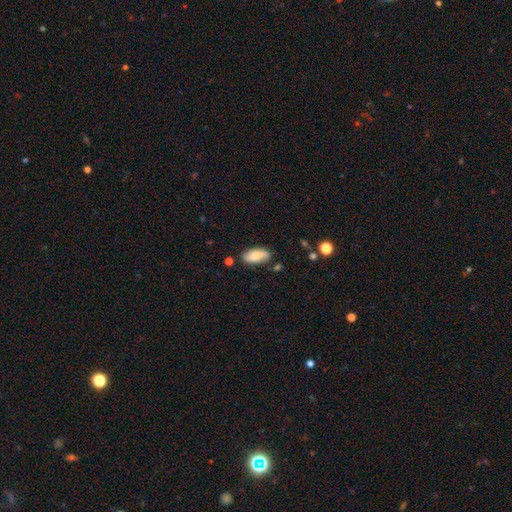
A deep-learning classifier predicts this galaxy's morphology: The model was most divided on "smooth or featured": smooth: 66%, featured or disk: 27%, star or artifact: 7%. More confident: how rounded — in between (91%); merging — none (74%).